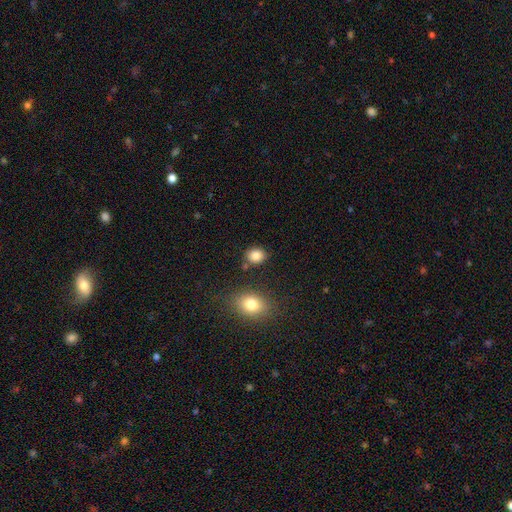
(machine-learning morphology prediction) A smooth galaxy with no disk features (84%) that is round (60%). Merging: none (80%).